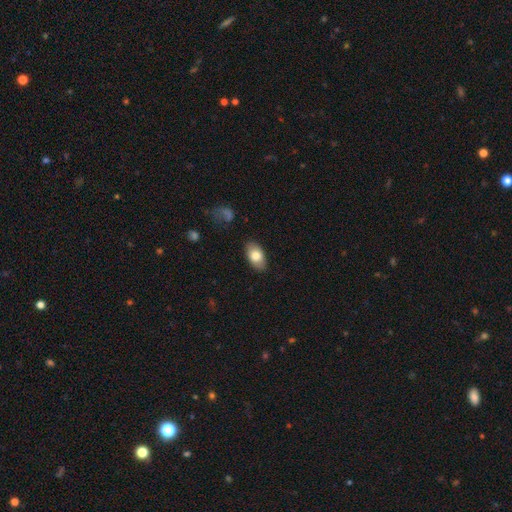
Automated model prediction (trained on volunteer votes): This appears to be a smooth galaxy with no disk features (78%) that is in between round and cigar-shaped (93%). Merging: none (86%).